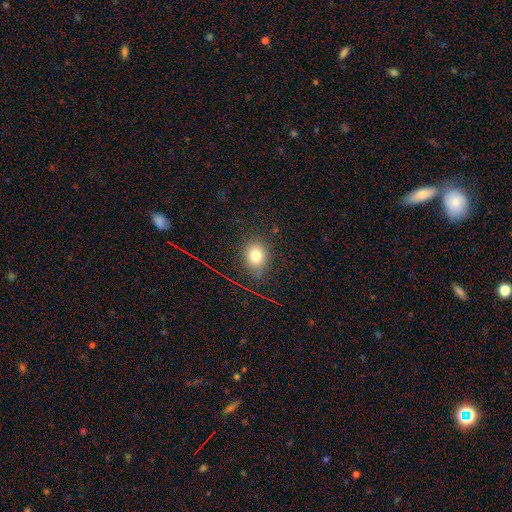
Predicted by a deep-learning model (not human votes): Overall: smooth (75%). How rounded: round (56%; in between 43%). Merging: none (79%).